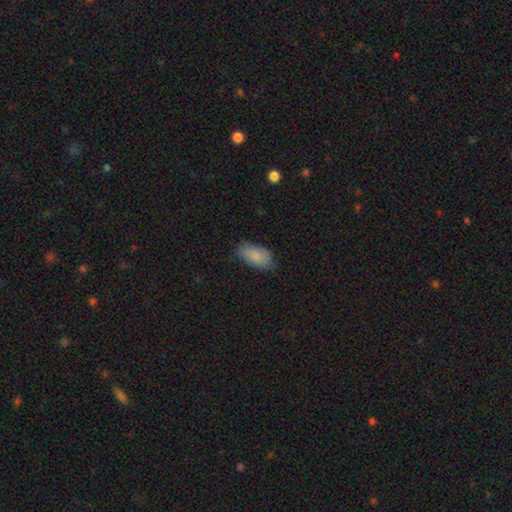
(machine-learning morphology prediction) A smooth galaxy with no disk features (85%) that is in between round and cigar-shaped (93%).

Vote fractions:
- Smooth or featured? smooth: 85% / featured or disk: 8% / star or artifact: 6%
- How rounded? in between: 93% / cigar-shaped: 4% / round: 3%
- Merging? none: 77% / minor disturbance: 19% / major disturbance: 4% / merger: 1%